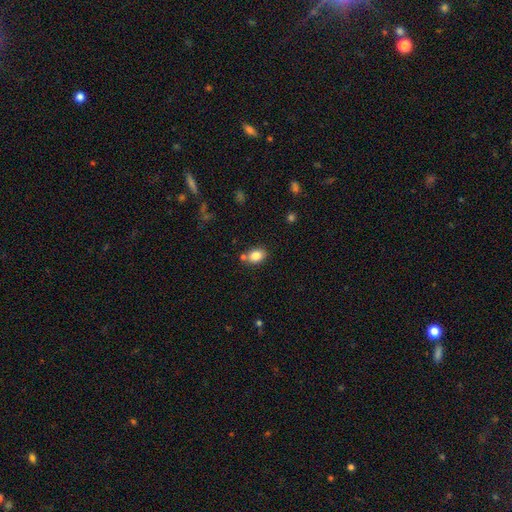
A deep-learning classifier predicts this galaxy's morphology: This is clearly a smooth galaxy (83%). How rounded: likely in between (68%). Merging: likely none (70%).